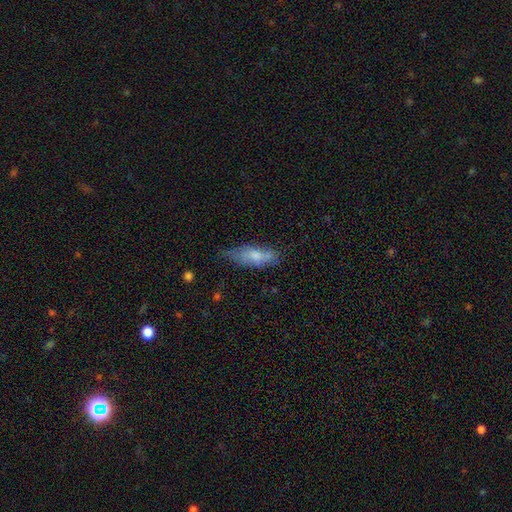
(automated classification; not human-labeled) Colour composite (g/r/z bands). It shows a smooth galaxy with no disk features (63%) that is in between round and cigar-shaped (63%). Merging: none (53%).